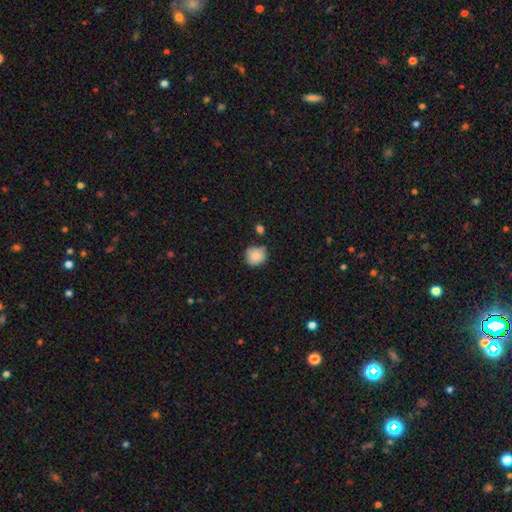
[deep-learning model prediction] Q: Smooth or featured?
A: smooth (86%); runner-up: star or artifact (9%)
Q: How rounded?
A: round (85%); runner-up: in between (14%)
Q: Merging?
A: none (75%); runner-up: minor disturbance (17%)